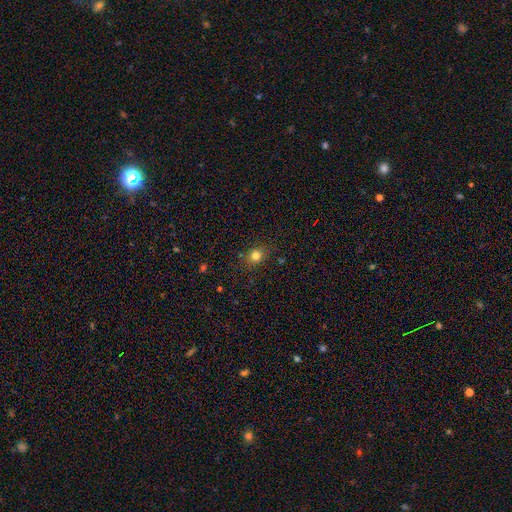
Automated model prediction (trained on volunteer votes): Smooth or featured?
  - smooth: 79% *
  - star or artifact: 14%
  - featured or disk: 6%
How rounded?
  - round: 73% *
  - in between: 26%
  - cigar-shaped: 1%
Merging?
  - none: 84% *
  - minor disturbance: 10%
  - major disturbance: 3%
  - merger: 2%